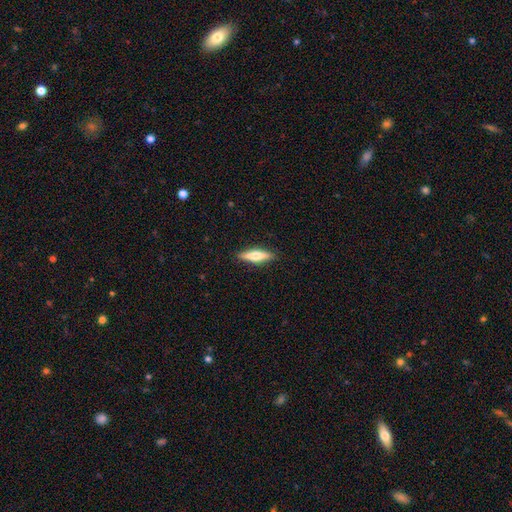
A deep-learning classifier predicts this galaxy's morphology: A smooth galaxy with no disk features (56%) that is cigar-shaped (74%). Merging: none (90%).